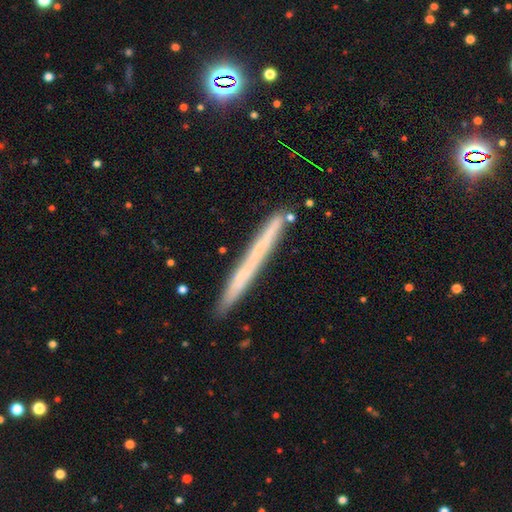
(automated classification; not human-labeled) Smooth or featured: featured or disk — 48% (smooth — 42%)
Merging: none — 87% (minor disturbance — 10%)